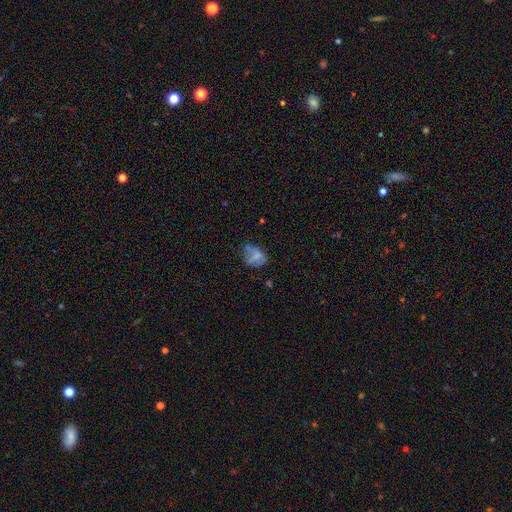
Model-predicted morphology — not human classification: Smooth or featured: smooth — 53% (featured or disk — 33%)
How rounded: in between — 68% (round — 30%)
Merging: none — 36% (major disturbance — 28%)